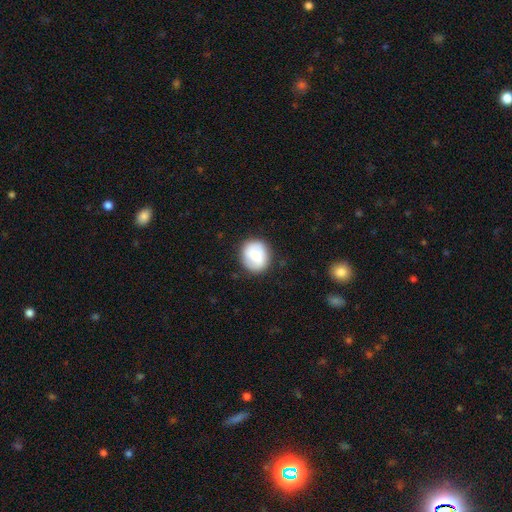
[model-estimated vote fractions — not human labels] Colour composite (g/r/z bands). It shows a smooth galaxy with no disk features (67%) that is round (77%). Merging: none (81%).